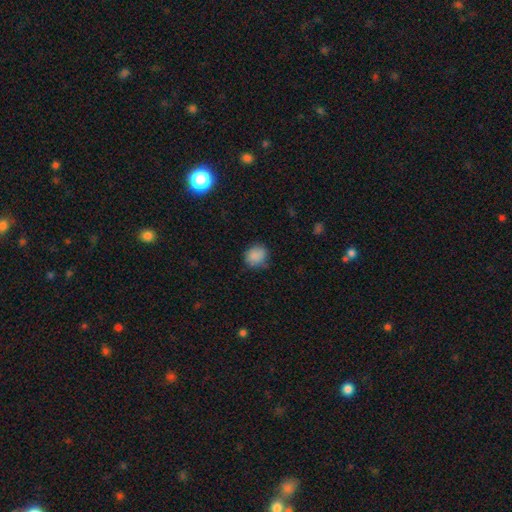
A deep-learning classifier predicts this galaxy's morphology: A smooth galaxy with no disk features (85%) that is round (74%). Merging: none (73%).